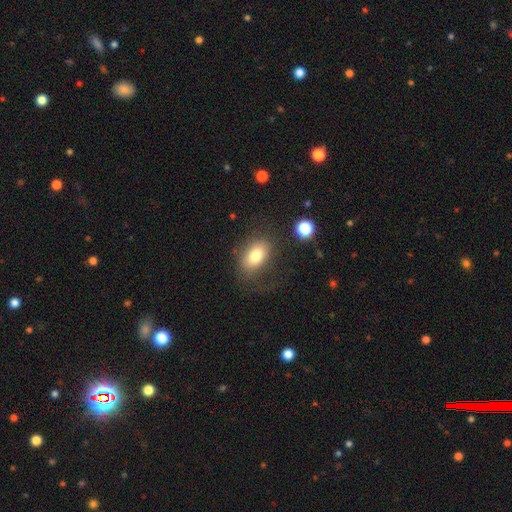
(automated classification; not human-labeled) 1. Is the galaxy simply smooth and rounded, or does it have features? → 78% smooth, 13% featured or disk, 9% star or artifact.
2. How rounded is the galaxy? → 85% in between, 13% round, 2% cigar-shaped.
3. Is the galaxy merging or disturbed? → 65% none, 18% minor disturbance, 14% major disturbance, 3% merger.